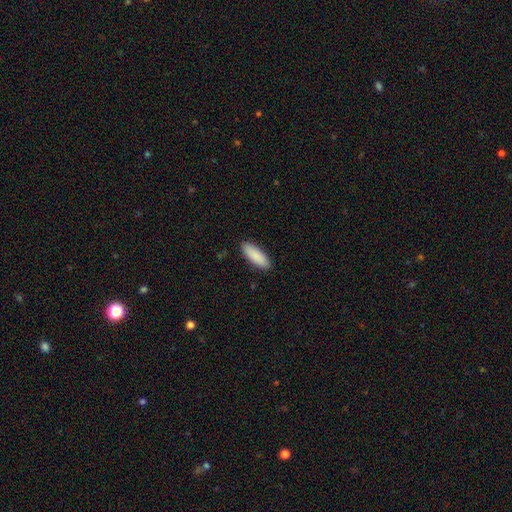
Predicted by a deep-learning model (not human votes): Q: Smooth or featured?
A: smooth (89%); runner-up: featured or disk (6%)
Q: How rounded?
A: in between (66%); runner-up: cigar-shaped (32%)
Q: Merging?
A: none (89%); runner-up: minor disturbance (8%)